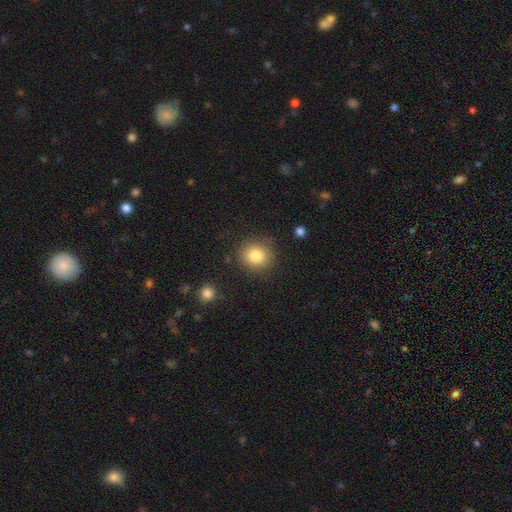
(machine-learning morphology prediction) This is clearly a smooth galaxy (83%). How rounded: clearly round (83%). Merging: clearly none (84%).